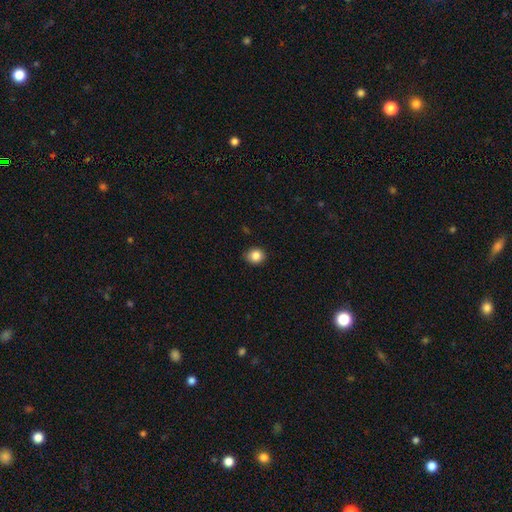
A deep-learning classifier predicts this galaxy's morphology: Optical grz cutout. It shows a smooth galaxy with no disk features (85%) that is round (79%). Merging: none (86%).